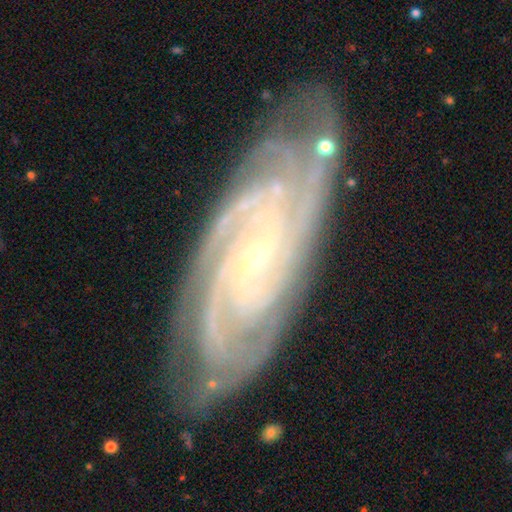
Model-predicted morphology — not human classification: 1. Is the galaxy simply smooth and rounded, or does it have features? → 91% featured or disk, 5% star or artifact, 4% smooth.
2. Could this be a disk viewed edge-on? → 94% no, 6% yes.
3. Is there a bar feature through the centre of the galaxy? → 61% no, 27% weak, 12% strong.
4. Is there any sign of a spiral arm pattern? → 98% yes, 2% no.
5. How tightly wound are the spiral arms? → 75% tight, 22% medium, 3% loose.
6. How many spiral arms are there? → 30% 4, 22% 3, 17% can't tell, 14% 2, 11% more than 4, 7% 1.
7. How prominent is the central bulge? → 85% small, 12% moderate, 1% none, 1% large, 1% dominant.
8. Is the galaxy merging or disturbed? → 79% none, 15% minor disturbance, 4% major disturbance, 2% merger.